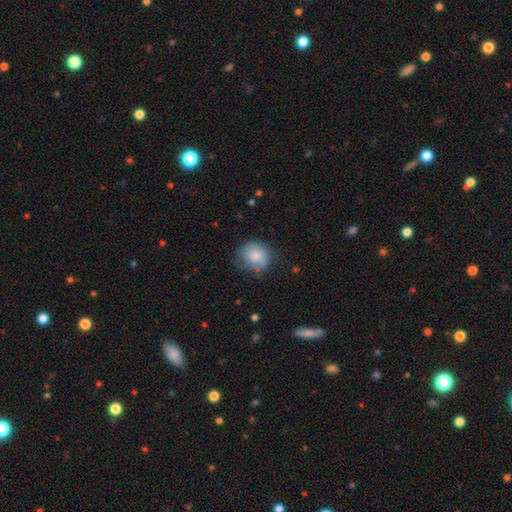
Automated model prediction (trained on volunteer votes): Q: Smooth or featured?
A: smooth (83%); runner-up: featured or disk (10%)
Q: How rounded?
A: round (73%); runner-up: in between (26%)
Q: Merging?
A: none (65%); runner-up: minor disturbance (26%)